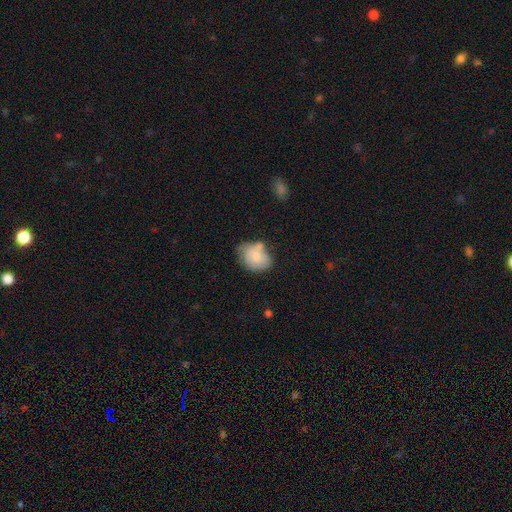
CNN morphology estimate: smooth 74%, featured or disk 19%, star or artifact 7%. Down the decision tree: how rounded — in between (59%); merging — none (41%).